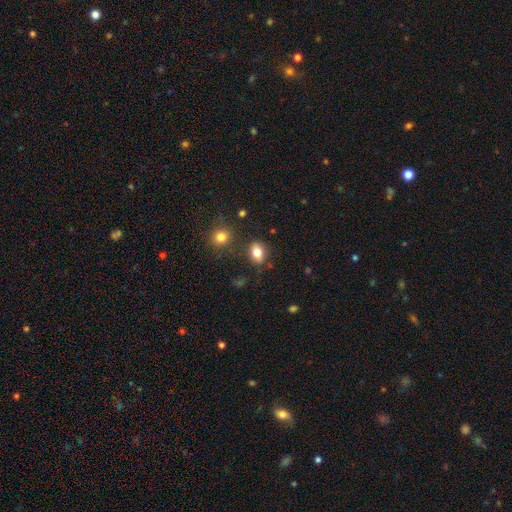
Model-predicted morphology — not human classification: Smooth or featured? Predicted: smooth (p=0.80). How rounded? Predicted: in between (p=0.70). Merging? Predicted: none (p=0.81).